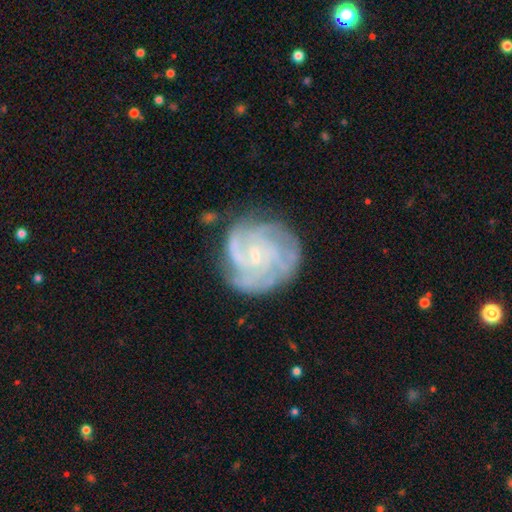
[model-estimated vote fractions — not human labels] smooth_or_featured: featured or disk (p=0.81) [alt: smooth p=0.12]
disk_edge_on: no (p=0.98) [alt: yes p=0.02]
bar: no (p=0.56) [alt: weak p=0.37]
has_spiral_arms: yes (p=0.93) [alt: no p=0.07]
spiral_winding: tight (p=0.61) [alt: medium p=0.31]
spiral_arm_count: can't tell (p=0.31) [alt: 3 p=0.24]
bulge_size: small (p=0.71) [alt: moderate p=0.16]
merging: none (p=0.69) [alt: minor disturbance p=0.19]